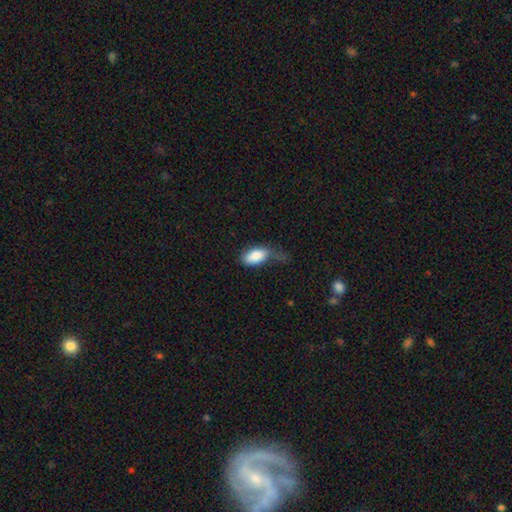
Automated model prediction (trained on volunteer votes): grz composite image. It shows a smooth galaxy with no disk features (84%) that is in between round and cigar-shaped (92%). Merging: minor disturbance (35%).